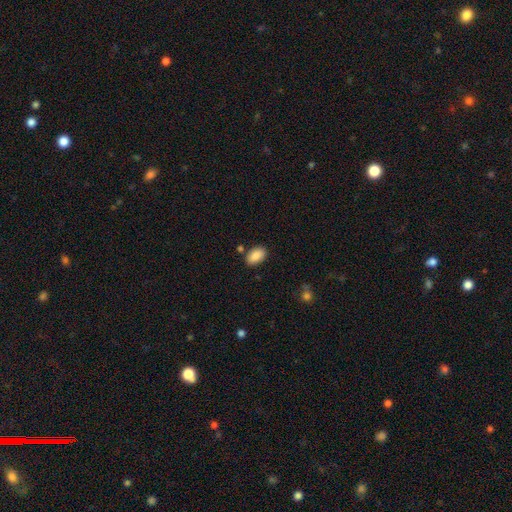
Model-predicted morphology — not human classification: A smooth galaxy with no disk features (88%) that is in between round and cigar-shaped (93%). Merging: none (82%).